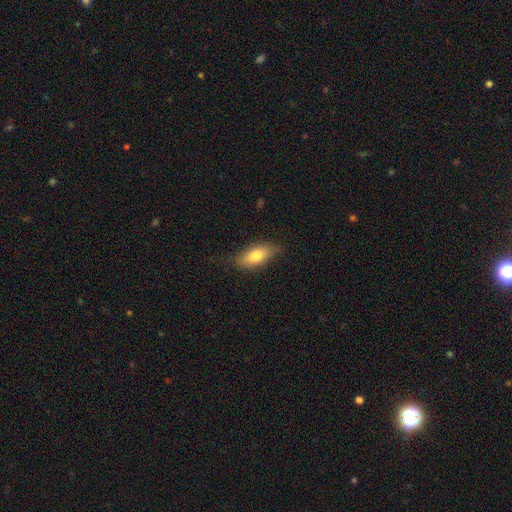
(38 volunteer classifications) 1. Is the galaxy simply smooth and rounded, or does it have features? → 55% smooth, 34% featured or disk, 11% star or artifact.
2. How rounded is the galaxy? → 90% in between, 10% cigar-shaped, 0% round.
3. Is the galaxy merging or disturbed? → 85% none, 12% minor disturbance, 3% major disturbance, 0% merger.